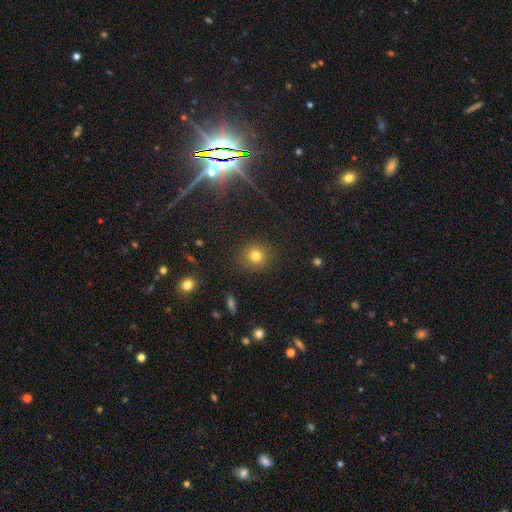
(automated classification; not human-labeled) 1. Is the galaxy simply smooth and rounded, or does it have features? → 77% smooth, 16% star or artifact, 7% featured or disk.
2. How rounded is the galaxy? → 91% round, 8% in between, 1% cigar-shaped.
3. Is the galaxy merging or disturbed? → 88% none, 7% minor disturbance, 3% major disturbance, 2% merger.